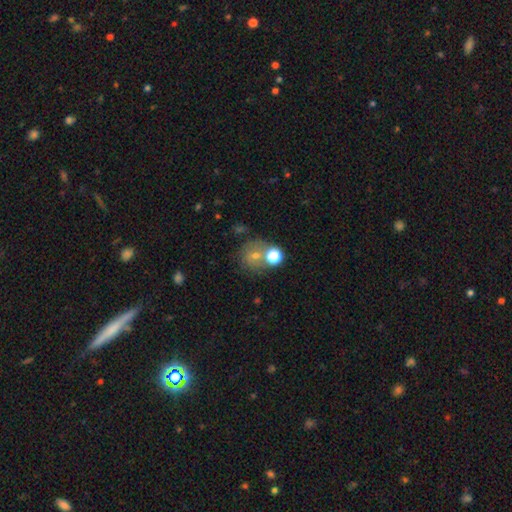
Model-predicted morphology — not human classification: Smooth or featured? Predicted: smooth (p=0.52). How rounded? Predicted: round (p=0.81). Merging? Predicted: none (p=0.57).